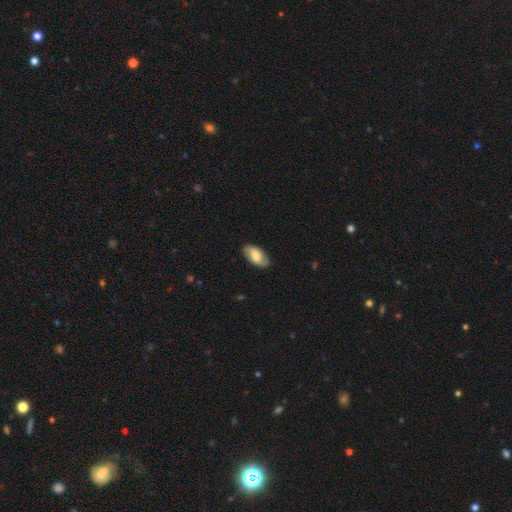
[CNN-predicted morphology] Smooth or featured?
  - smooth: 68% *
  - featured or disk: 26%
  - star or artifact: 6%
How rounded?
  - in between: 94% *
  - cigar-shaped: 3%
  - round: 3%
Merging?
  - none: 81% *
  - minor disturbance: 15%
  - major disturbance: 3%
  - merger: 1%